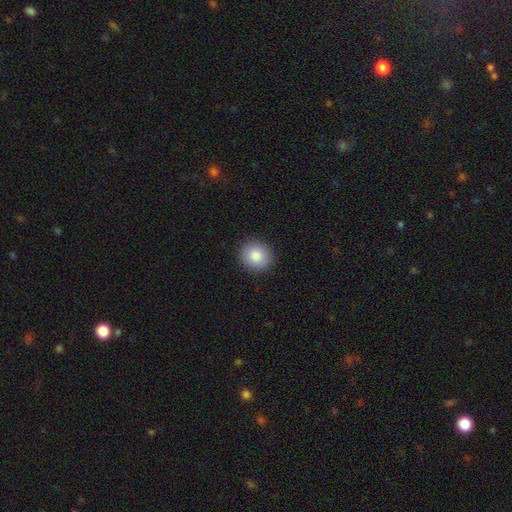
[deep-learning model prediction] This appears to be a smooth galaxy with no disk features (86%) that is round (82%). Merging: none (91%).